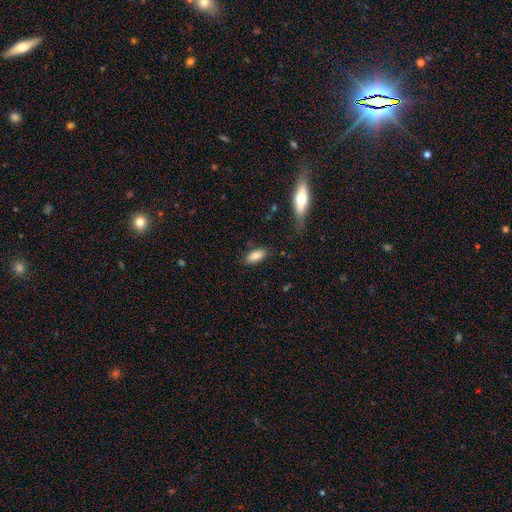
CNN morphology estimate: Smooth or featured?
  - smooth: 85% *
  - star or artifact: 7%
  - featured or disk: 7%
How rounded?
  - in between: 86% *
  - cigar-shaped: 12%
  - round: 3%
Merging?
  - none: 82% *
  - minor disturbance: 13%
  - major disturbance: 4%
  - merger: 2%